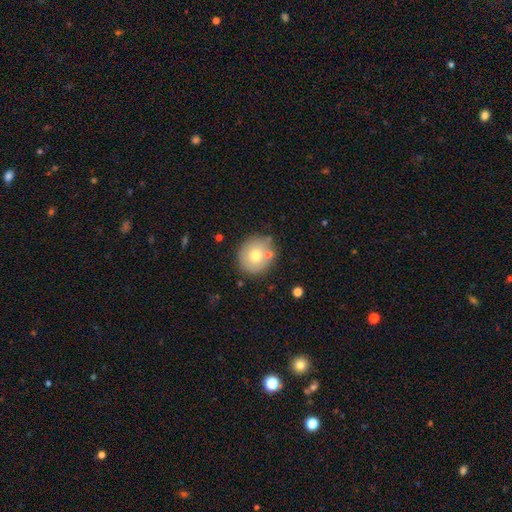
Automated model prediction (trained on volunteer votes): smooth-or-featured: smooth: 70% | featured or disk: 20% | star or artifact: 10%
  how-rounded: round: 89% | in between: 10% | cigar-shaped: 1%
  merging: none: 73% | minor disturbance: 13% | merger: 11% | major disturbance: 4%